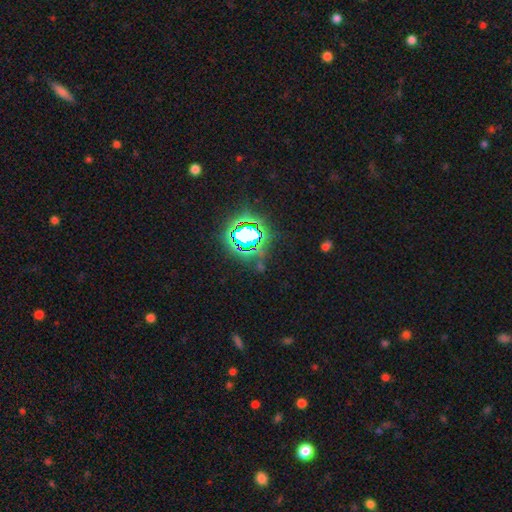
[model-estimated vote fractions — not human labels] Q: Smooth or featured?
A: star or artifact (81%); runner-up: smooth (12%)